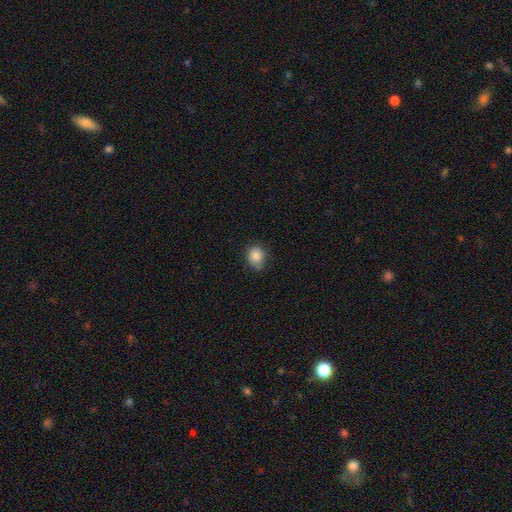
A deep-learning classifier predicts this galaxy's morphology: smooth_or_featured: smooth (p=0.87) [alt: star or artifact p=0.09]
how_rounded: round (p=0.57) [alt: in between p=0.42]
merging: none (p=0.75) [alt: minor disturbance p=0.21]